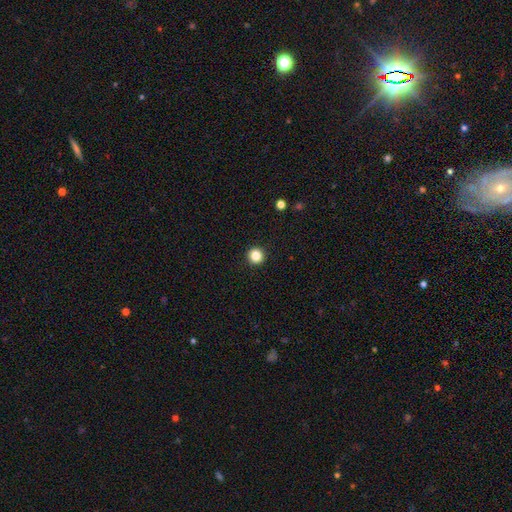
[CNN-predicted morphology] smooth_or_featured: smooth (p=0.85) [alt: star or artifact p=0.11]
how_rounded: round (p=0.95) [alt: in between p=0.04]
merging: none (p=0.94) [alt: minor disturbance p=0.04]